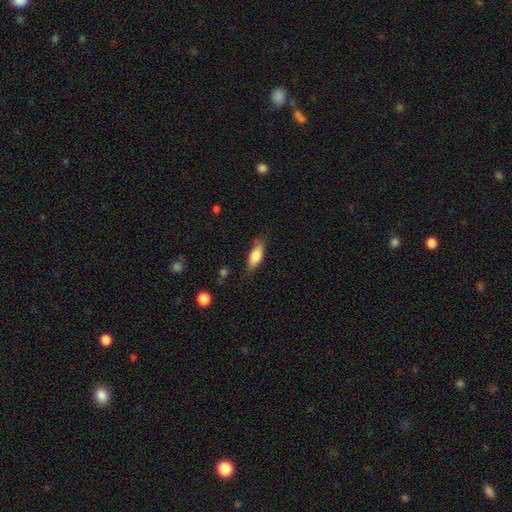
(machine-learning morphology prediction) This appears to be a smooth galaxy with no disk features (72%) that is in between round and cigar-shaped (70%). Merging: none (69%).